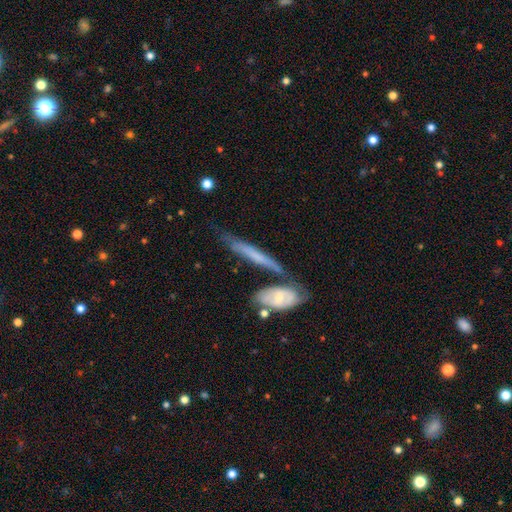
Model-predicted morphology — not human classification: type=featured or disk (52%); edge-on=yes (73%); merging=none (56%).